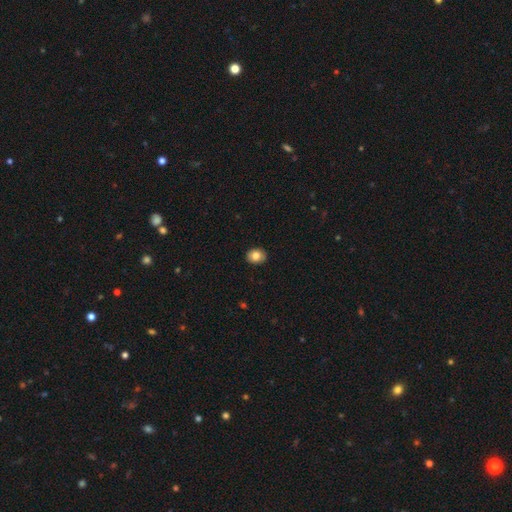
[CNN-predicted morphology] This is clearly a smooth galaxy (83%). How rounded: possibly in between (50%, tied with round). Merging: clearly none (90%).